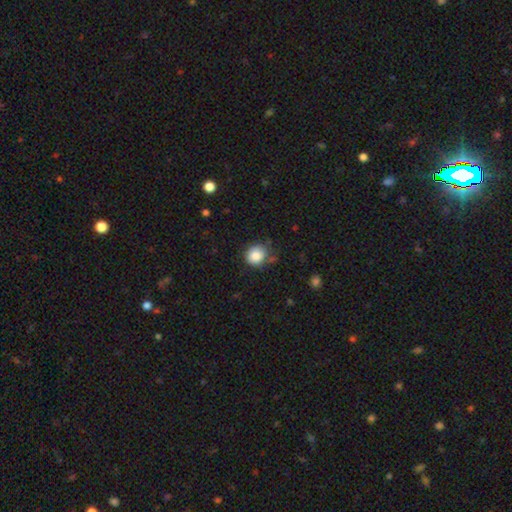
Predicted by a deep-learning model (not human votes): Smooth or featured? smooth (85%)
How rounded? round (82%)
Merging? none (73%)